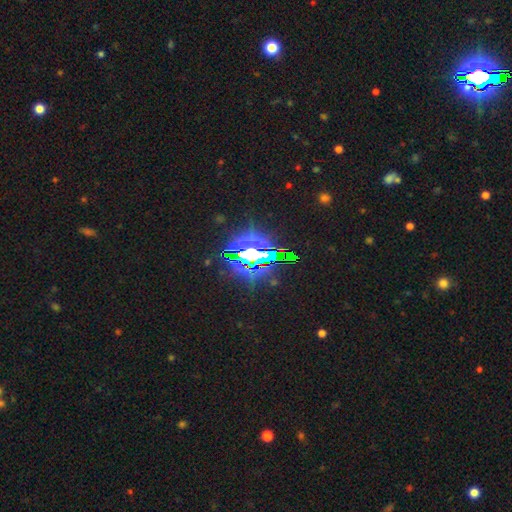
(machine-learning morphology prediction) The model was most divided on "smooth or featured": star or artifact: 78%, smooth: 13%, featured or disk: 10%.